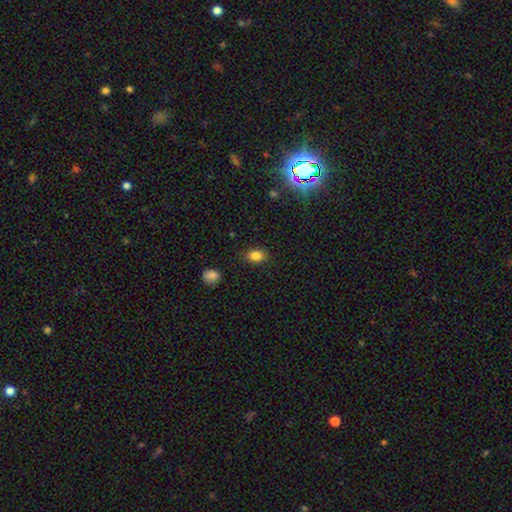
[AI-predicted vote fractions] A smooth galaxy with no disk features (83%) that is in between round and cigar-shaped (70%).

Vote fractions:
- Smooth or featured? smooth: 83% / star or artifact: 11% / featured or disk: 6%
- How rounded? in between: 70% / round: 29% / cigar-shaped: 1%
- Merging? none: 85% / minor disturbance: 11% / major disturbance: 3% / merger: 1%